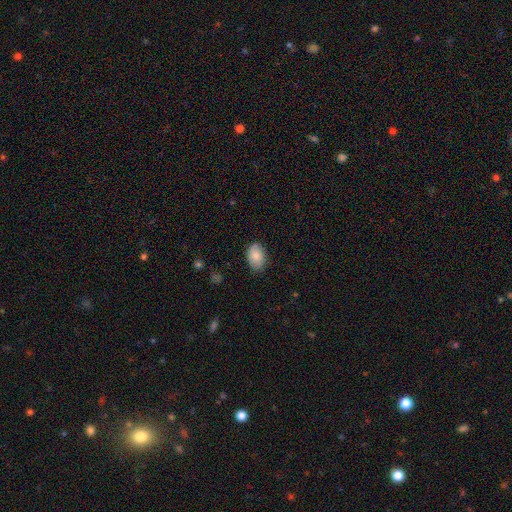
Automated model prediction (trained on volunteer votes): The model was most divided on "merging": none: 82%, minor disturbance: 14%, major disturbance: 2%, merger: 1%. More confident: how rounded — in between (87%); smooth or featured — smooth (85%).